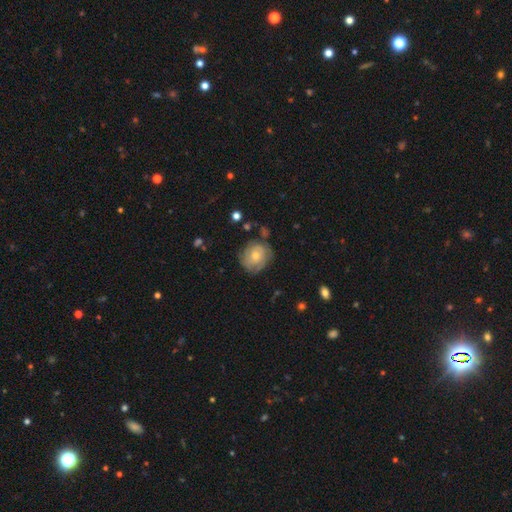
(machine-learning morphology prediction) type=featured or disk (56%); edge-on=no (97%); bar=no (81%); spiral arms=yes (78%); bulge=moderate (55%); merging=none (67%).